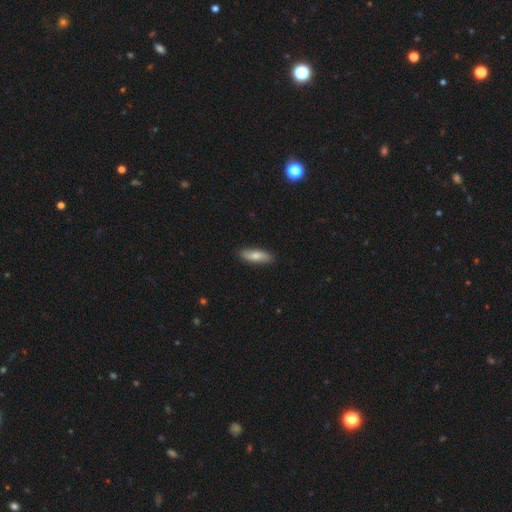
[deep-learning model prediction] This is likely a smooth galaxy (70%). How rounded: possibly in between (54%). Merging: clearly none (88%).